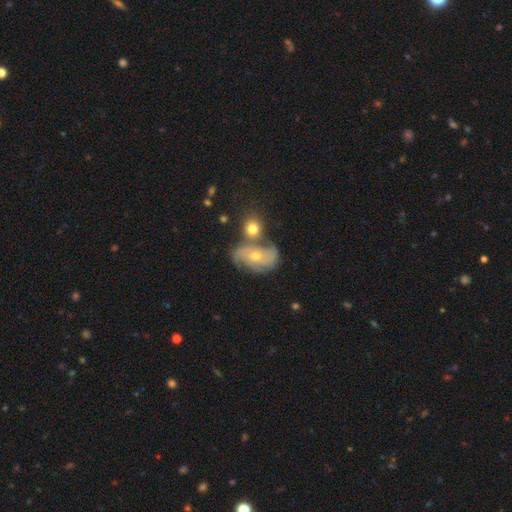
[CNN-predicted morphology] This appears to be a featured or disk galaxy (71%) with no bar (65%), 2 (37%) medium (43%) spiral arms (90%) and a small central bulge (51%). Merging: none (51%).